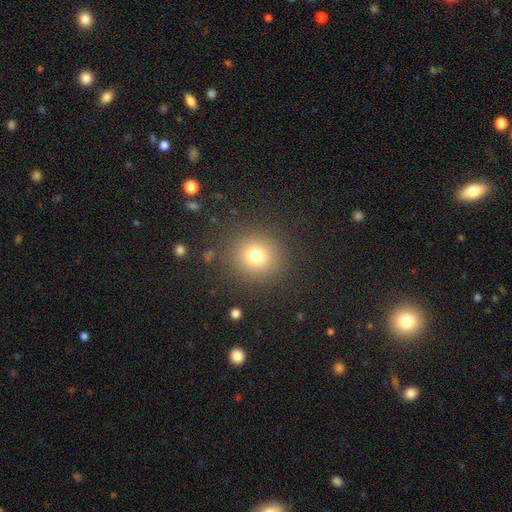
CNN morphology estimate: smooth_or_featured: smooth (p=0.76) [alt: star or artifact p=0.15]
how_rounded: round (p=0.89) [alt: in between p=0.10]
merging: none (p=0.88) [alt: minor disturbance p=0.07]